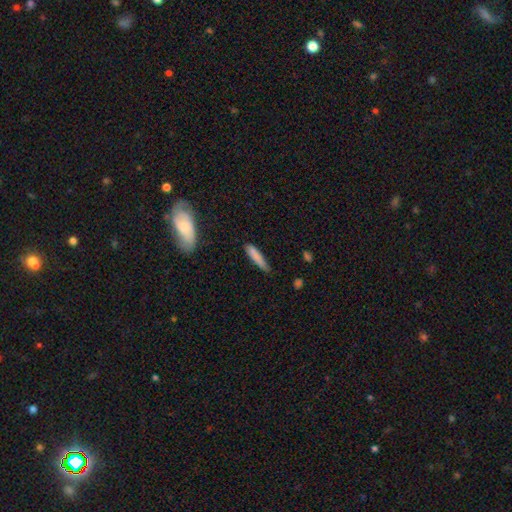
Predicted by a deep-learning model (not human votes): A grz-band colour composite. It shows a smooth galaxy with no disk features (81%) that is cigar-shaped (84%). Merging: none (65%).